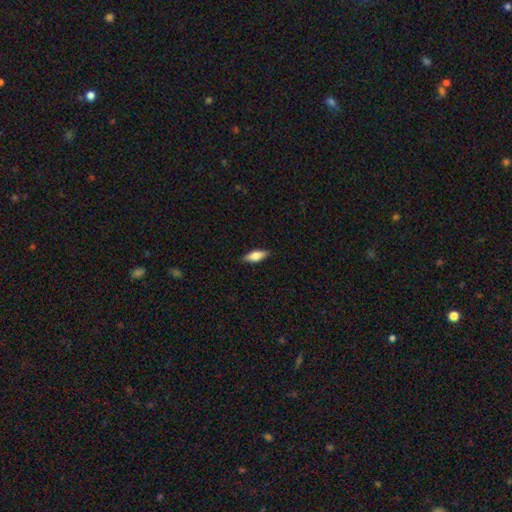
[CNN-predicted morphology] Smooth or featured?
  - smooth: 66% *
  - featured or disk: 28%
  - star or artifact: 7%
How rounded?
  - in between: 67% *
  - cigar-shaped: 30%
  - round: 3%
Merging?
  - none: 85% *
  - minor disturbance: 11%
  - major disturbance: 2%
  - merger: 1%